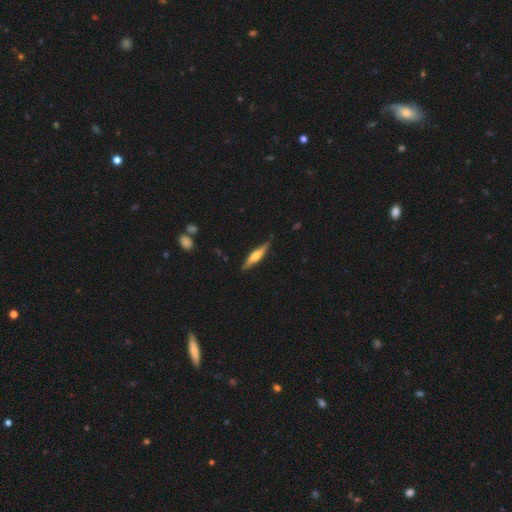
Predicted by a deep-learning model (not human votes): smooth-or-featured: featured or disk: 55% | smooth: 40% | star or artifact: 5%
  disk-edge-on: yes: 94% | no: 6%
    edge-on-bulge: rounded: 84% | boxy: 10% | none: 6%
  merging: none: 85% | minor disturbance: 12% | major disturbance: 2% | merger: 1%